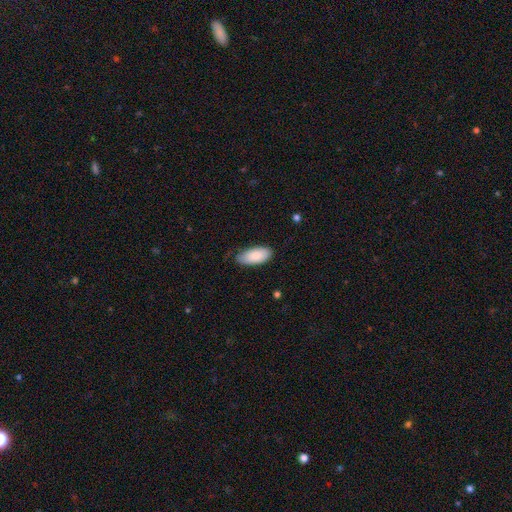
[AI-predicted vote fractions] Morphology: type=smooth (83%); roundness=in between (93%); merging=none (71%).